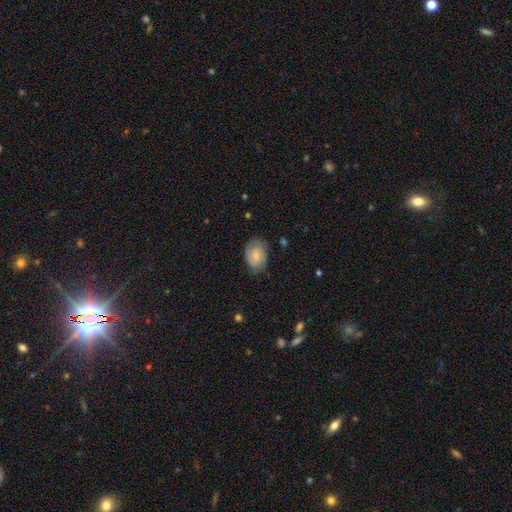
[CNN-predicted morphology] Smooth or featured: smooth — 78% (featured or disk — 15%)
How rounded: in between — 76% (round — 23%)
Merging: none — 67% (minor disturbance — 26%)